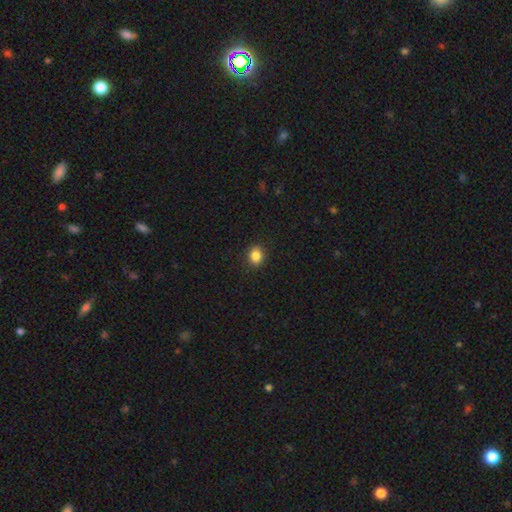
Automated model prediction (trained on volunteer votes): Smooth or featured? Predicted: smooth (p=0.86). How rounded? Predicted: round (p=0.67). Merging? Predicted: none (p=0.90).